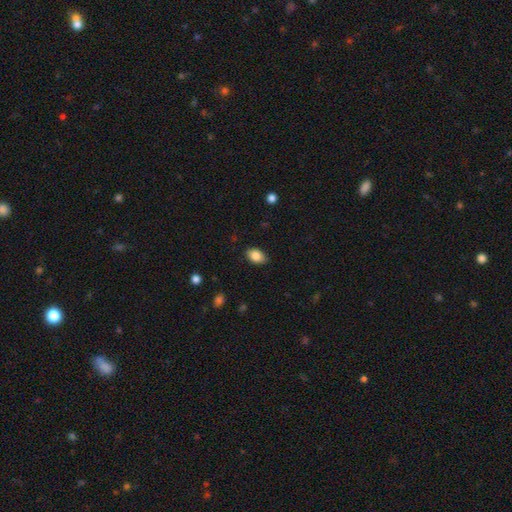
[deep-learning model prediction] This appears to be a smooth galaxy with no disk features (86%) that is in between round and cigar-shaped (88%). Merging: none (84%).